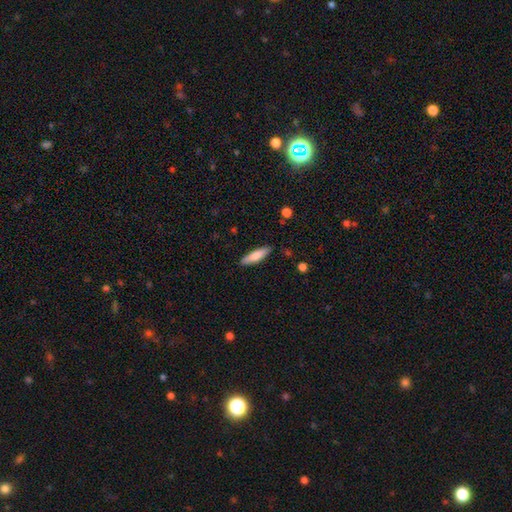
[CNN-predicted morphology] type=smooth (75%); roundness=cigar-shaped (69%); merging=none (87%).